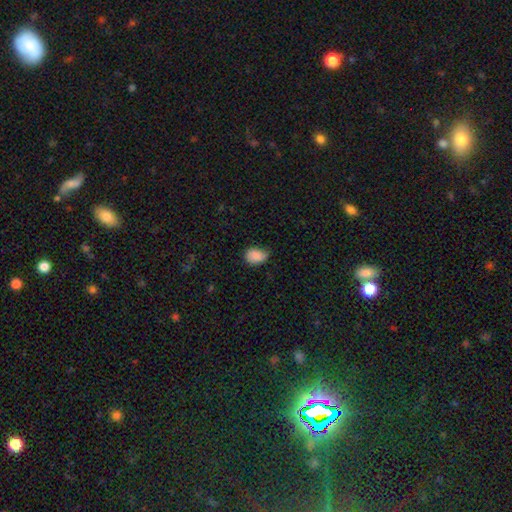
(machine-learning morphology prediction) smooth-or-featured: smooth: 86% | star or artifact: 8% | featured or disk: 6%
  how-rounded: in between: 73% | round: 26% | cigar-shaped: 1%
  merging: none: 58% | minor disturbance: 34% | major disturbance: 6% | merger: 1%